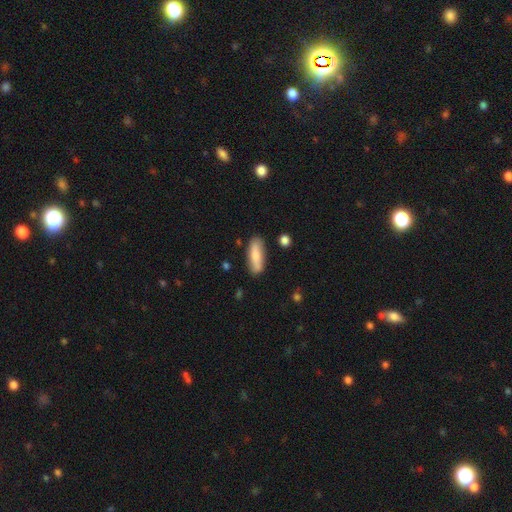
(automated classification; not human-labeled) A smooth galaxy with no disk features (75%) that is in between round and cigar-shaped (51%). Merging: none (81%).